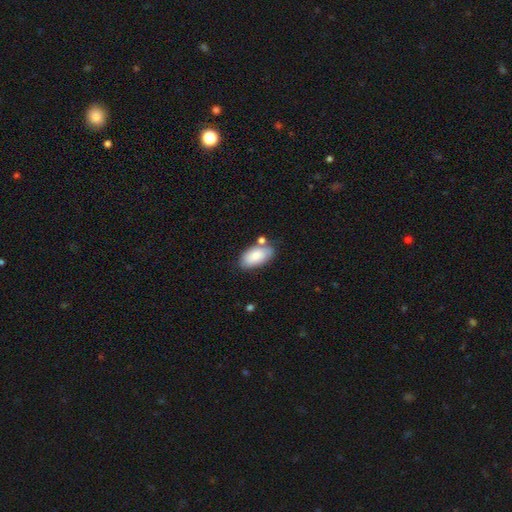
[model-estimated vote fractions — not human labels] Smooth or featured? Predicted: smooth (p=0.80). How rounded? Predicted: in between (p=0.95). Merging? Predicted: none (p=0.61).